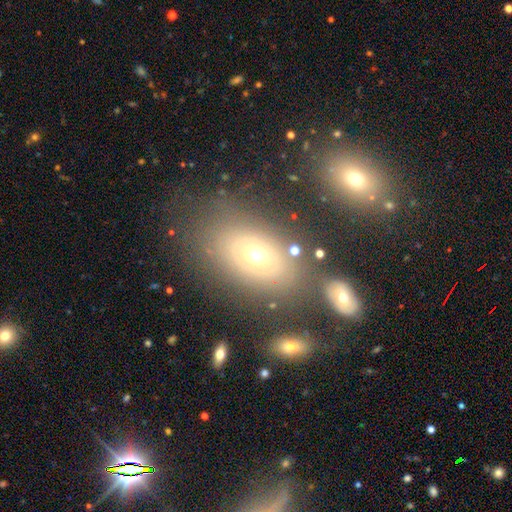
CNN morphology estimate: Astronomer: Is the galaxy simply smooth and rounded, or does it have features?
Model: smooth — 60%.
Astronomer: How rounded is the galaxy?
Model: in between — 80%.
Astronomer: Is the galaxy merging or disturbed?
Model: none — 71%.